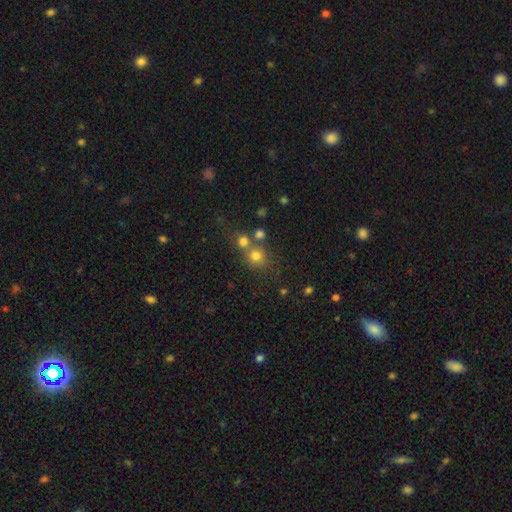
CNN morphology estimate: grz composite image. It shows a smooth galaxy with no disk features (73%) that is round (85%). Merging: none (53%).